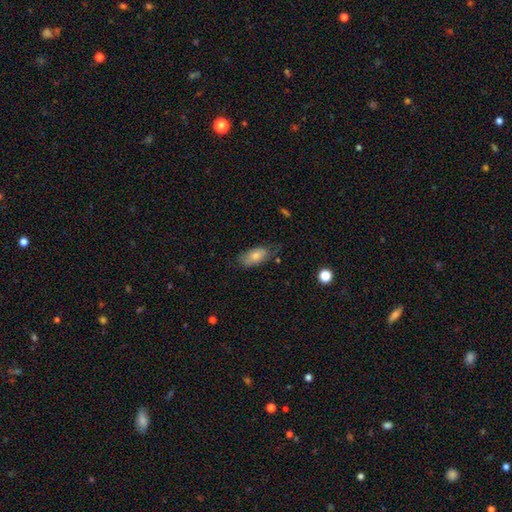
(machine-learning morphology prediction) This appears to be a smooth galaxy with no disk features (75%) that is in between round and cigar-shaped (90%). Merging: none (58%).